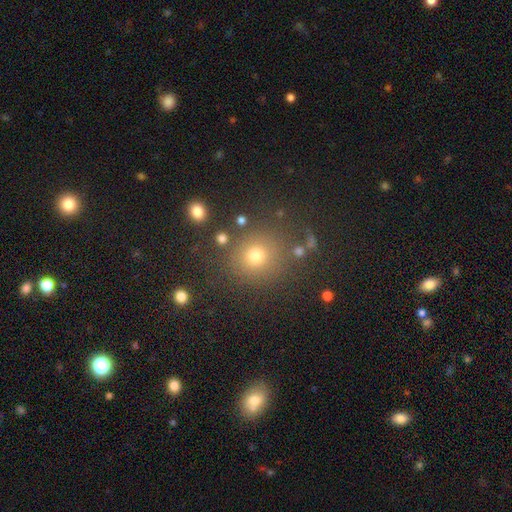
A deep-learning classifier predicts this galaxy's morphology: This is likely a smooth galaxy (66%). How rounded: clearly round (87%). Merging: clearly none (82%).